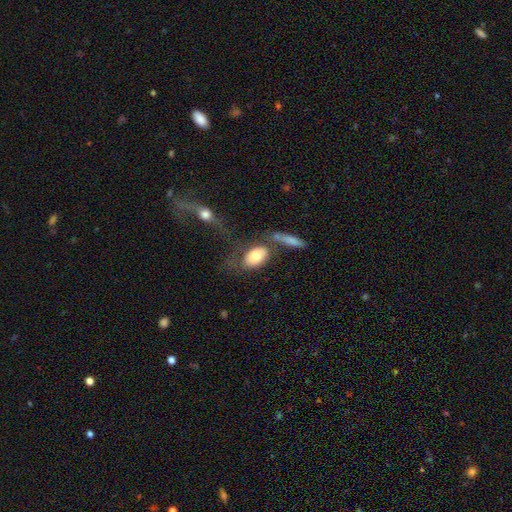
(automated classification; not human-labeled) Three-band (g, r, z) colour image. It shows a smooth galaxy with no disk features (74%) that is in between round and cigar-shaped (88%). Merging: none (48%).